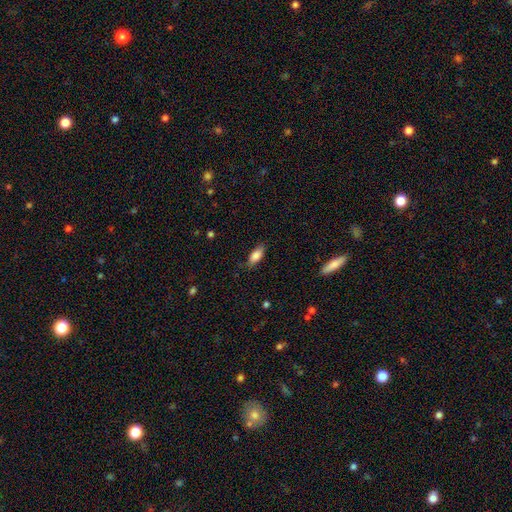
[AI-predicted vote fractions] A smooth galaxy with no disk features (85%) that is in between round and cigar-shaped (81%).

Vote fractions:
- Smooth or featured? smooth: 85% / featured or disk: 8% / star or artifact: 7%
- How rounded? in between: 81% / cigar-shaped: 16% / round: 3%
- Merging? none: 81% / minor disturbance: 15% / major disturbance: 3% / merger: 1%